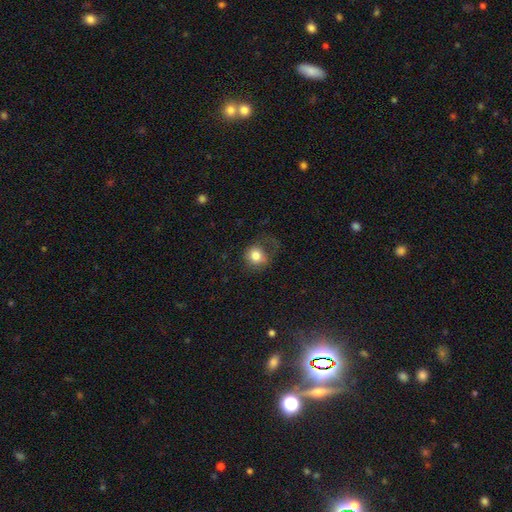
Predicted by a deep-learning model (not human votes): A smooth galaxy with no disk features (79%) that is round (79%). Merging: none (47%).